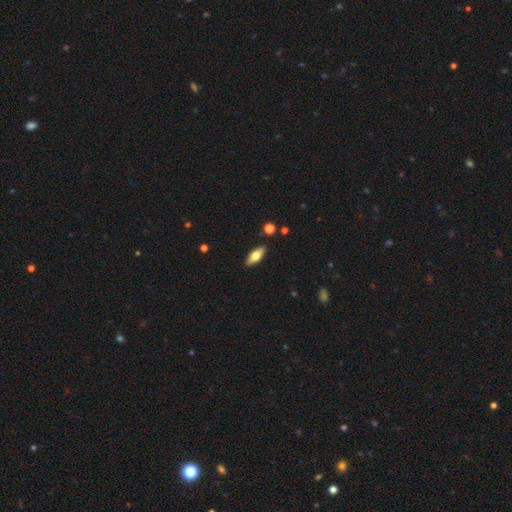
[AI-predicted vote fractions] smooth_or_featured: smooth (p=0.64) [alt: featured or disk p=0.30]
how_rounded: in between (p=0.76) [alt: cigar-shaped p=0.21]
merging: none (p=0.88) [alt: minor disturbance p=0.08]